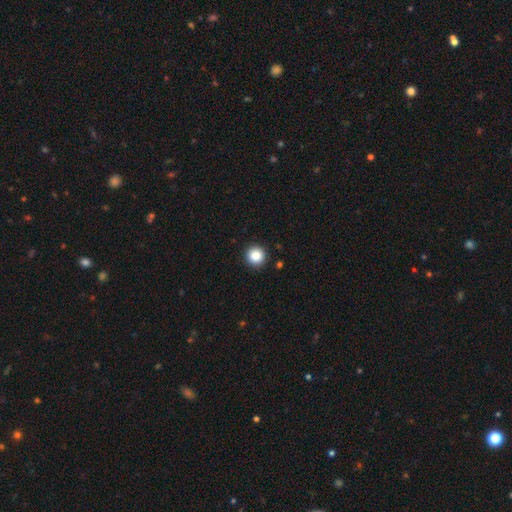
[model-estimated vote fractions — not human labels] A smooth galaxy with no disk features (87%) that is round (95%).

Vote fractions:
- Smooth or featured? smooth: 87% / star or artifact: 10% / featured or disk: 4%
- How rounded? round: 95% / in between: 4% / cigar-shaped: 1%
- Merging? none: 92% / minor disturbance: 5% / major disturbance: 2% / merger: 1%